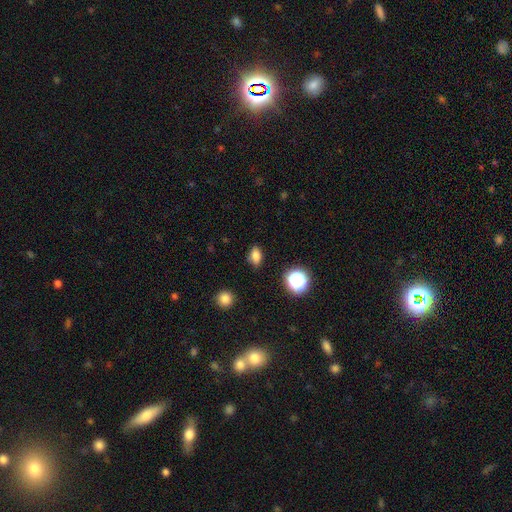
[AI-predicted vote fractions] The model was most divided on "how rounded": in between: 79%, round: 18%, cigar-shaped: 3%. More confident: merging — none (83%); smooth or featured — smooth (81%).